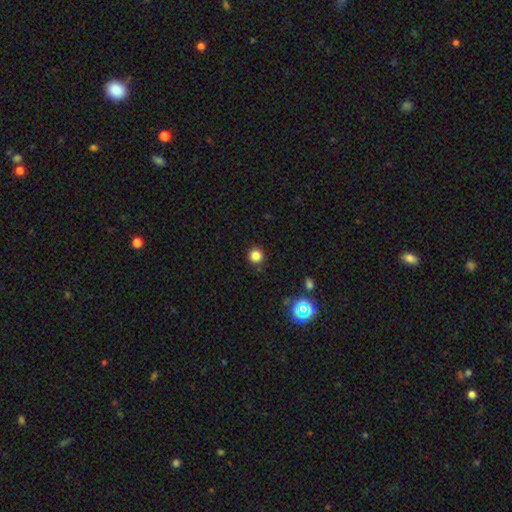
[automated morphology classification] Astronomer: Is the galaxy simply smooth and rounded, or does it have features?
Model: smooth — 82%.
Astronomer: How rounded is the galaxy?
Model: round — 95%.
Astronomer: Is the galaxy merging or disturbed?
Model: none — 88%.